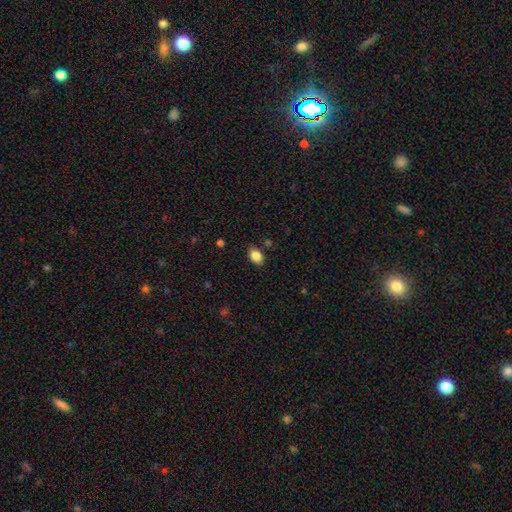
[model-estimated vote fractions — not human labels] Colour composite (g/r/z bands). It shows a smooth galaxy with no disk features (85%) that is in between round and cigar-shaped (85%). Merging: none (82%).